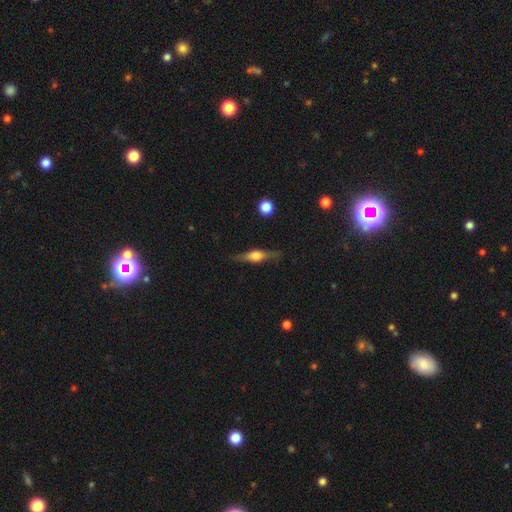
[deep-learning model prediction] featured or disk 65%, smooth 28%, star or artifact 7%. Down the decision tree: edge-on disk — yes (95%); edge-on bulge — rounded (88%); merging — none (83%).